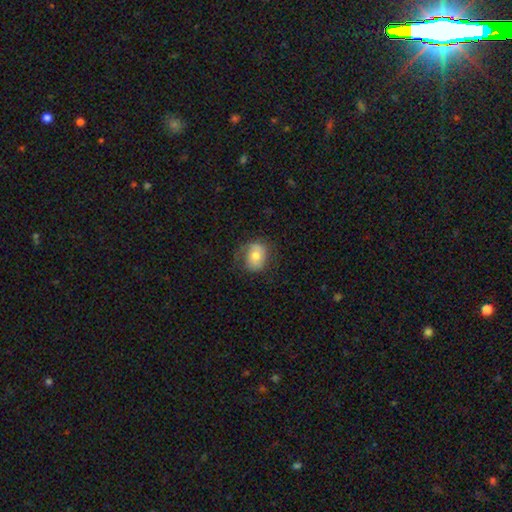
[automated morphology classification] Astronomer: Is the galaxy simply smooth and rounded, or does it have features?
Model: smooth — 58% (runner-up: featured or disk, 34%).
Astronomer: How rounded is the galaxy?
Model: in between — 51% (runner-up: round, 48%).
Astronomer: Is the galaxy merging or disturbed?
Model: none — 57%.